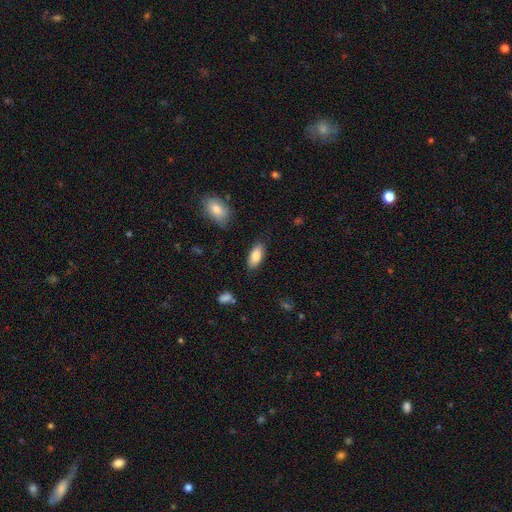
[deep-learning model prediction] Overall: smooth (82%). How rounded: in between (89%). Merging: none (85%).